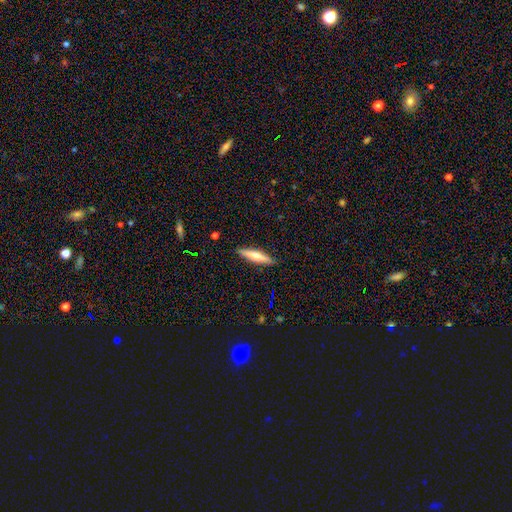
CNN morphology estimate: smooth_or_featured: smooth (p=0.49) [alt: featured or disk p=0.45]
merging: none (p=0.90) [alt: minor disturbance p=0.07]